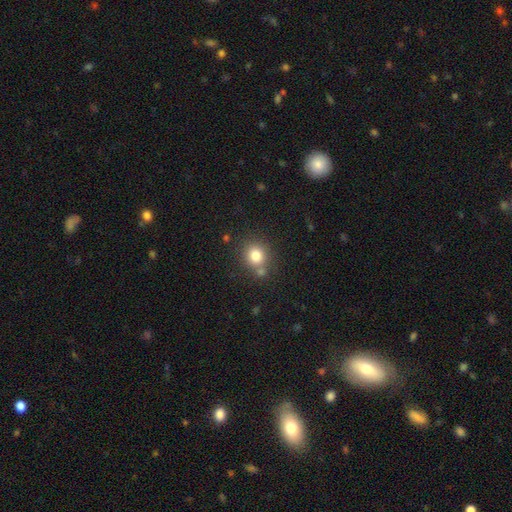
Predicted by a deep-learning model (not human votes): smooth 80%, star or artifact 12%, featured or disk 8%. Down the decision tree: how rounded — round (81%); merging — none (70%).